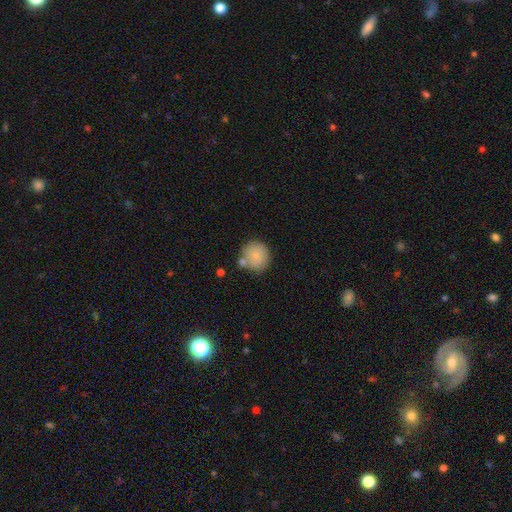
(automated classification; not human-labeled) Morphology: type=smooth (84%); roundness=round (90%); merging=none (69%).